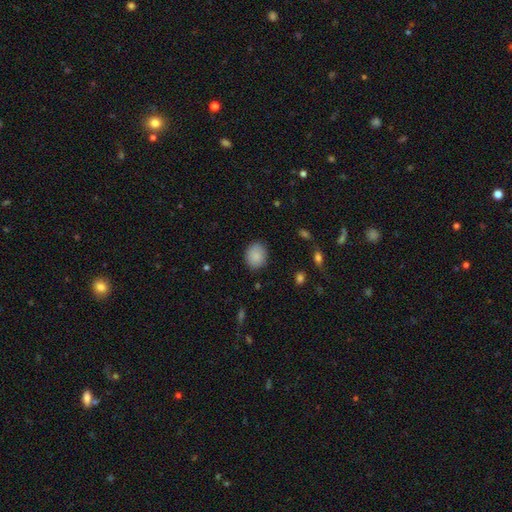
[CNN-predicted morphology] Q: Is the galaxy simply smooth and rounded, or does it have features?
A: smooth — 87%.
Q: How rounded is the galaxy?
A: round — 59%.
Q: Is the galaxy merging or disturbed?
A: none — 86%.